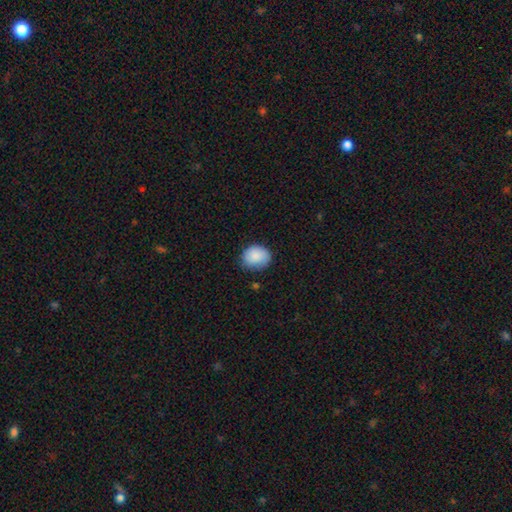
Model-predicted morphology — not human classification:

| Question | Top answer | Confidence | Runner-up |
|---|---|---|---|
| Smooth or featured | smooth | 87% | star or artifact (7%) |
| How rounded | round | 55% | in between (44%) |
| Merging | none | 73% | minor disturbance (22%) |